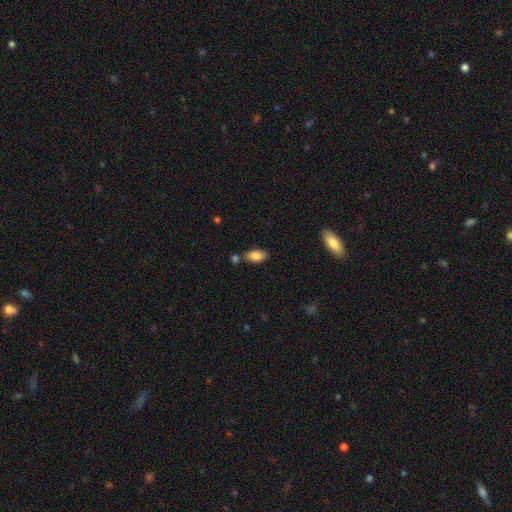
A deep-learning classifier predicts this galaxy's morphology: smooth-or-featured: smooth: 83% | featured or disk: 9% | star or artifact: 7%
  how-rounded: in between: 92% | round: 4% | cigar-shaped: 4%
  merging: none: 72% | minor disturbance: 13% | merger: 12% | major disturbance: 3%